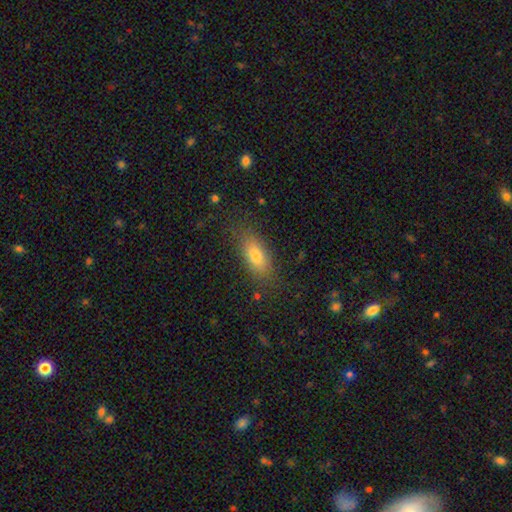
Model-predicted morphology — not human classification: smooth 77%, featured or disk 14%, star or artifact 9%. Down the decision tree: how rounded — in between (80%); merging — none (79%).